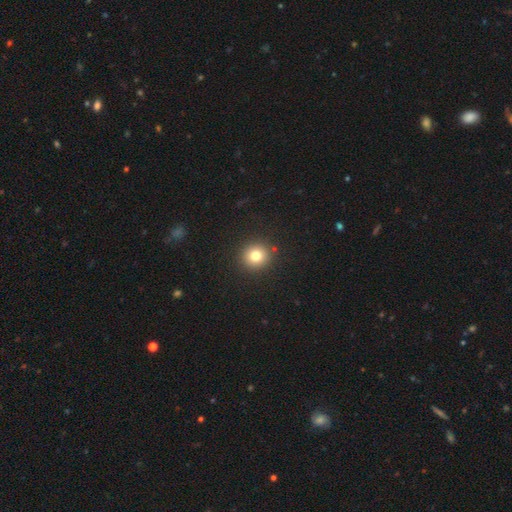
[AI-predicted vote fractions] Overall: smooth (79%). How rounded: round (91%). Merging: none (91%).